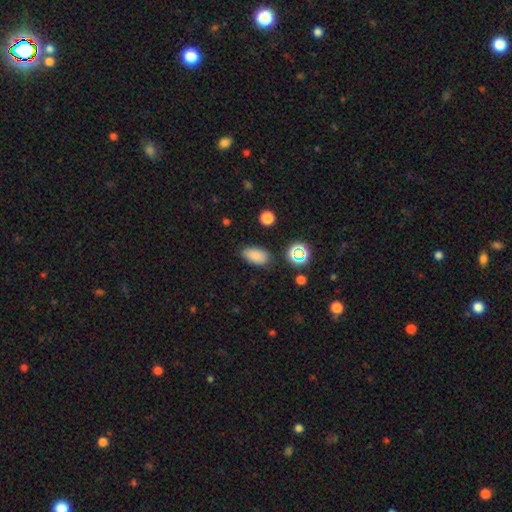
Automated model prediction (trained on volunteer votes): Smooth or featured?
  - smooth: 81% *
  - star or artifact: 13%
  - featured or disk: 6%
How rounded?
  - in between: 90% *
  - round: 8%
  - cigar-shaped: 2%
Merging?
  - none: 82% *
  - minor disturbance: 12%
  - major disturbance: 3%
  - merger: 2%